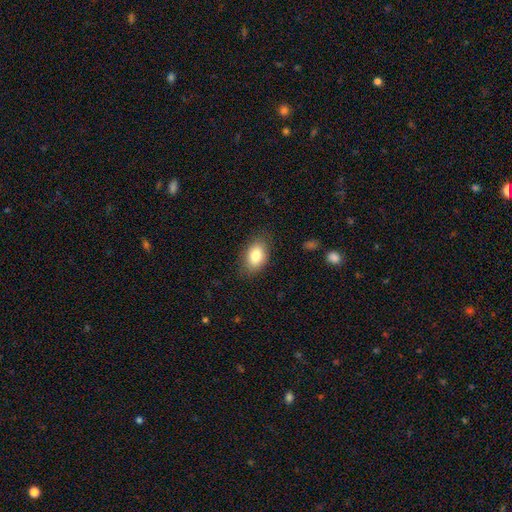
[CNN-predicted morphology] Smooth or featured? Predicted: smooth (p=0.82). How rounded? Predicted: in between (p=0.87). Merging? Predicted: none (p=0.82).